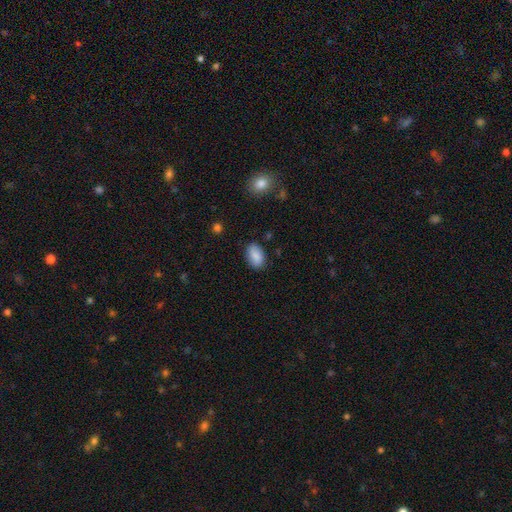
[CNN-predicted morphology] This is clearly a smooth galaxy (87%). How rounded: clearly in between (92%). Merging: clearly none (83%).